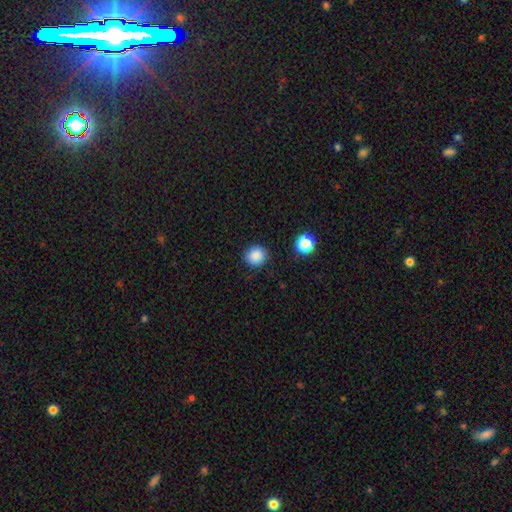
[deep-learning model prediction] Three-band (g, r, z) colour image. It shows a smooth galaxy with no disk features (86%) that is round (89%). Merging: none (88%).